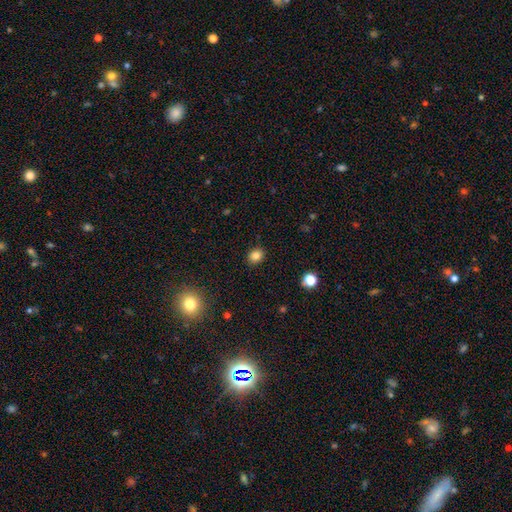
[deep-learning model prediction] This appears to be a smooth galaxy with no disk features (83%) that is round (56%). Merging: none (88%).